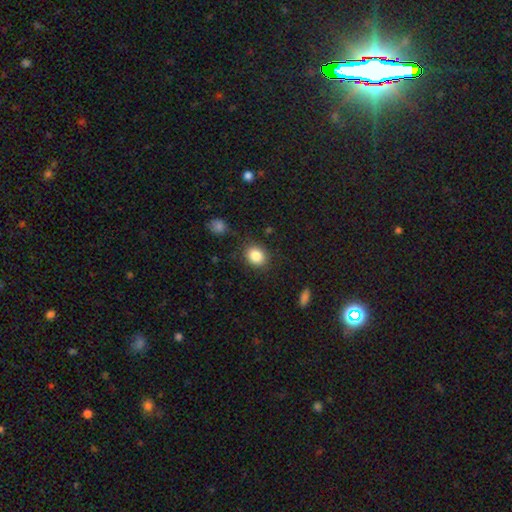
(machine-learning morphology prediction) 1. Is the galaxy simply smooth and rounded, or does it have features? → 85% smooth, 9% star or artifact, 6% featured or disk.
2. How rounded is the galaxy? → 57% round, 42% in between, 1% cigar-shaped.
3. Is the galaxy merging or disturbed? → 85% none, 10% minor disturbance, 3% major disturbance, 2% merger.